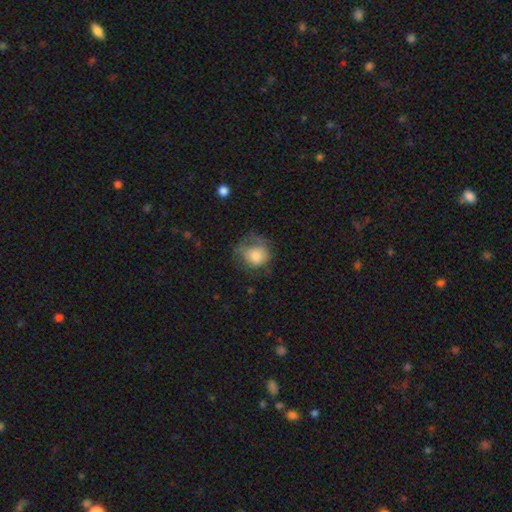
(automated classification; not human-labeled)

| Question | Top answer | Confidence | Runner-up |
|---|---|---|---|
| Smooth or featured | smooth | 72% | featured or disk (20%) |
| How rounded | round | 72% | in between (27%) |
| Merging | none | 41% | minor disturbance (29%) |